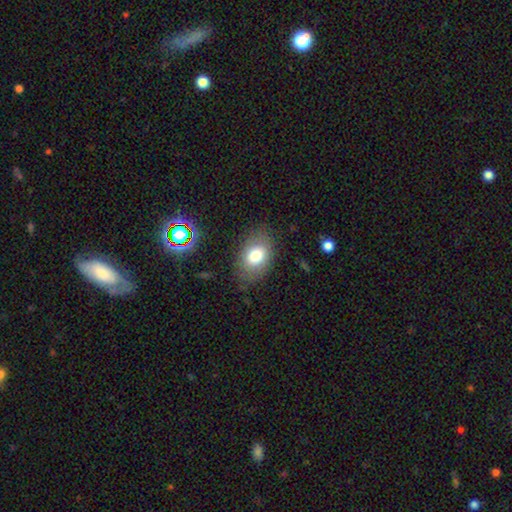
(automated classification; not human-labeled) This appears to be a smooth galaxy with no disk features (75%) that is in between round and cigar-shaped (82%). Merging: none (79%).